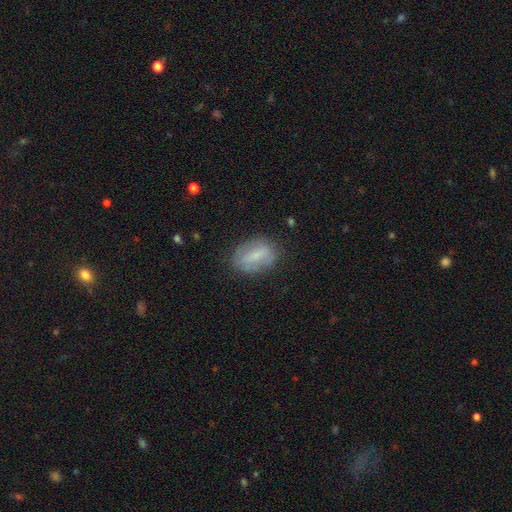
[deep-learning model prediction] This is possibly a smooth galaxy (56%). How rounded: clearly in between (84%). Merging: likely none (74%).